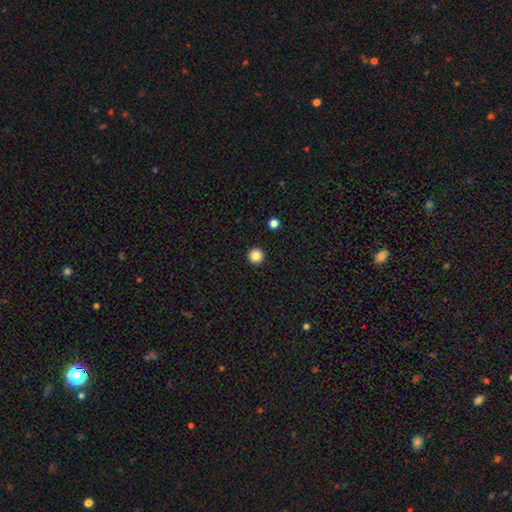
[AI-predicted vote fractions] smooth-or-featured: smooth: 85% | star or artifact: 11% | featured or disk: 4%
  how-rounded: round: 97% | in between: 2% | cigar-shaped: 1%
  merging: none: 94% | minor disturbance: 3% | major disturbance: 1% | merger: 1%